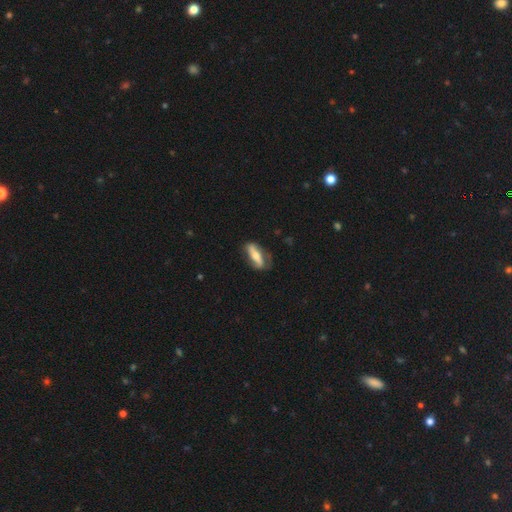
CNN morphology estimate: A featured or disk galaxy (52%). Merging: none (65%).